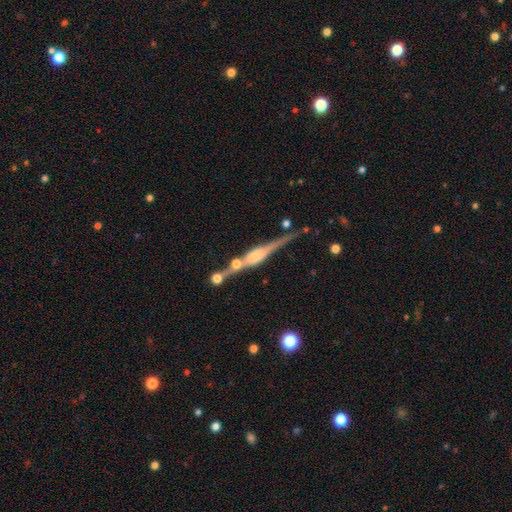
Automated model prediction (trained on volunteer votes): Overall: featured or disk (81%). Edge-on disk: yes (97%). Edge-on bulge: rounded (63%; boxy 31%). Merging: none (71%).